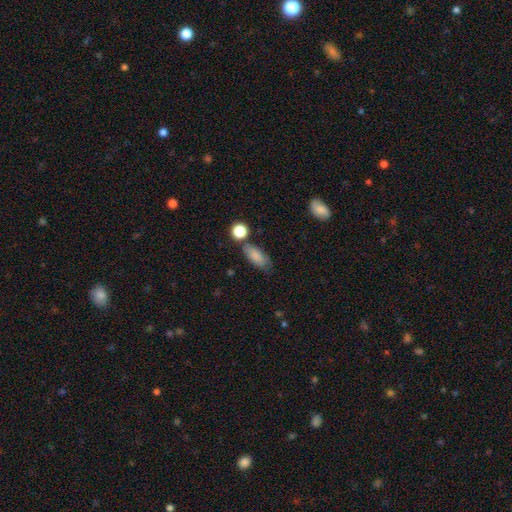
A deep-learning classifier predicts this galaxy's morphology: smooth 84%, featured or disk 8%, star or artifact 8%. Down the decision tree: how rounded — in between (82%); merging — none (64%).